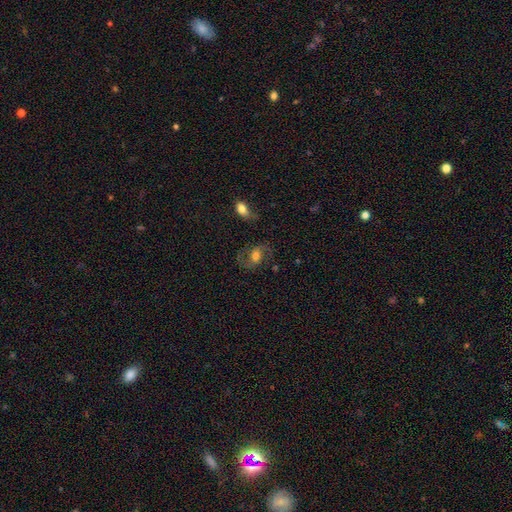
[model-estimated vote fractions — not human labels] smooth-or-featured: featured or disk: 63% | smooth: 28% | star or artifact: 10%
  disk-edge-on: no: 96% | yes: 4%
    bar: no: 45% | weak: 39% | strong: 16%
    has-spiral-arms: yes: 87% | no: 13%
      spiral-winding: medium: 46% | loose: 42% | tight: 12%
      spiral-arm-count: 2: 89% | can't tell: 5% | 1: 3% | 3: 1% | 4: 1% | more than 4: 1%
    bulge-size: moderate: 59% | small: 20% | large: 16% | none: 2% | dominant: 2%
  merging: none: 68% | minor disturbance: 17% | major disturbance: 12% | merger: 3%